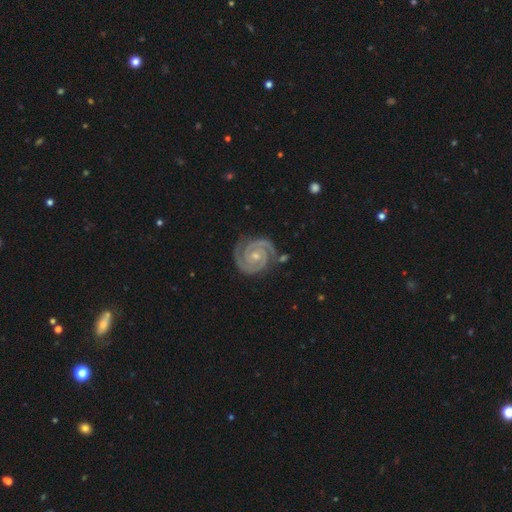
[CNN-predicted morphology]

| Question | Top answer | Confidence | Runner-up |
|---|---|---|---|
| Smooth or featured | featured or disk | 93% | star or artifact (4%) |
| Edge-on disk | no | 98% | yes (2%) |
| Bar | no | 69% | weak (22%) |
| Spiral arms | yes | 99% | no (1%) |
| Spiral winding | tight | 79% | medium (19%) |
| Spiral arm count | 2 | 88% | 3 (6%) |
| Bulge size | small | 58% | moderate (39%) |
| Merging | none | 80% | minor disturbance (13%) |